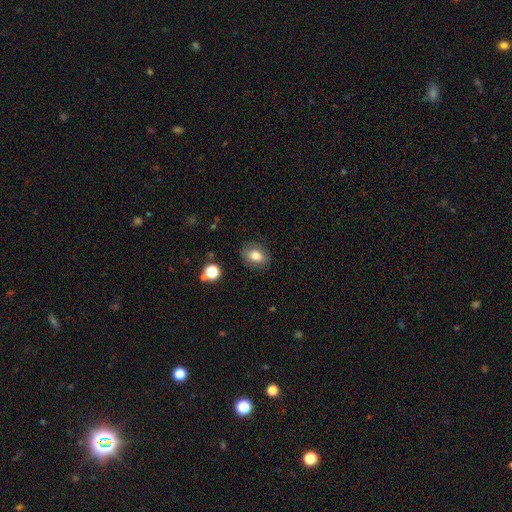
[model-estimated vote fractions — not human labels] Smooth or featured?
  - smooth: 80% *
  - featured or disk: 10%
  - star or artifact: 10%
How rounded?
  - in between: 71% *
  - round: 28%
  - cigar-shaped: 1%
Merging?
  - none: 84% *
  - minor disturbance: 11%
  - major disturbance: 3%
  - merger: 1%